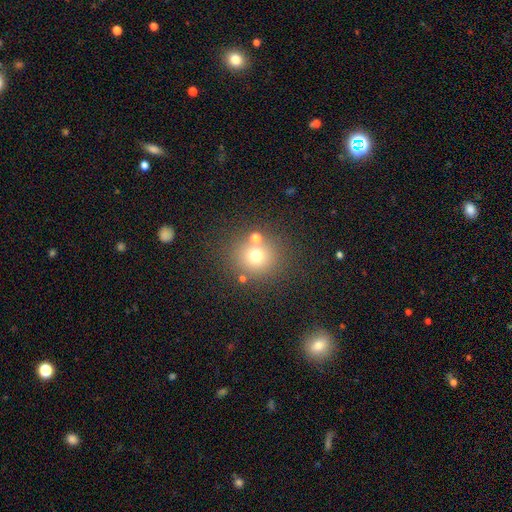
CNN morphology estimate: This appears to be a smooth galaxy with no disk features (69%) that is round (90%). Merging: none (74%).